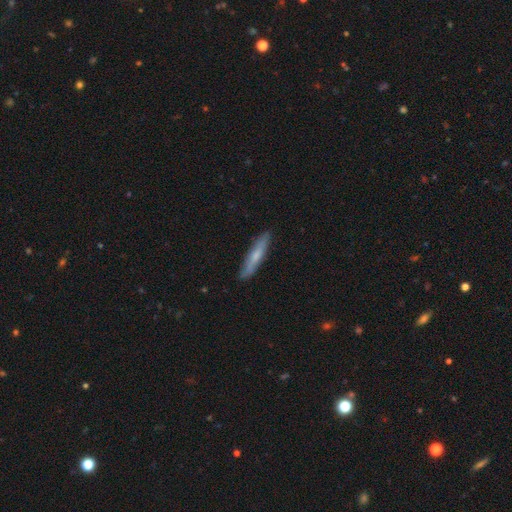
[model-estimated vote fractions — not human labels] Overall: smooth (59%; featured or disk 36%). How rounded: cigar-shaped (89%). Merging: none (87%).